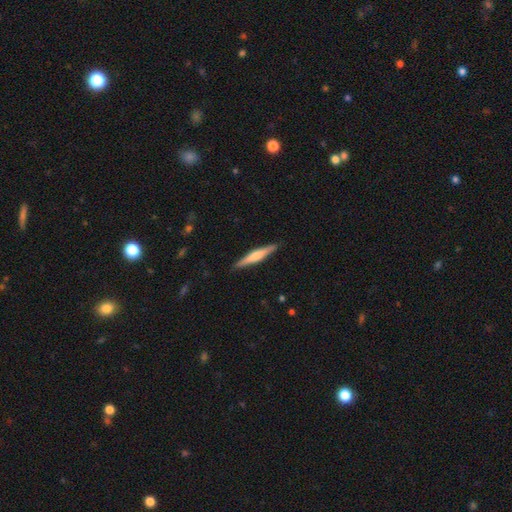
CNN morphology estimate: type=featured or disk (54%); edge-on=yes (97%); edge-on bulge=rounded (70%); merging=none (91%).